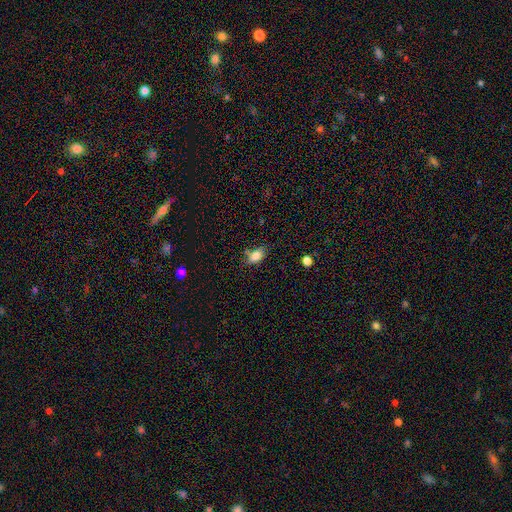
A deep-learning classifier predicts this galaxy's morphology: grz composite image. It shows a smooth galaxy with no disk features (83%) that is in between round and cigar-shaped (82%). Merging: none (66%).